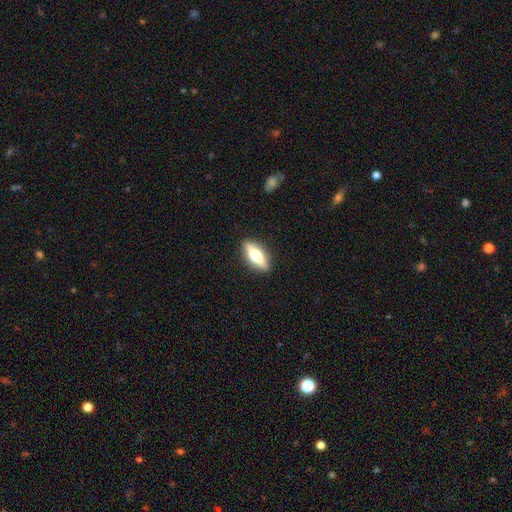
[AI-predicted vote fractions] Overall: smooth (48%; featured or disk 46%). Merging: none (89%).